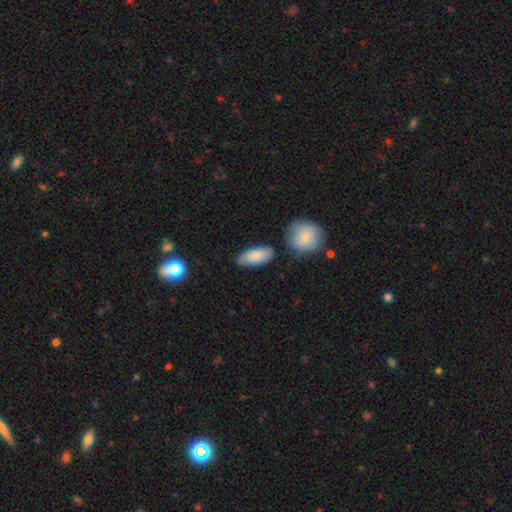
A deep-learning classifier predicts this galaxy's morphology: This is clearly a smooth galaxy (84%). How rounded: clearly in between (87%). Merging: likely none (75%).